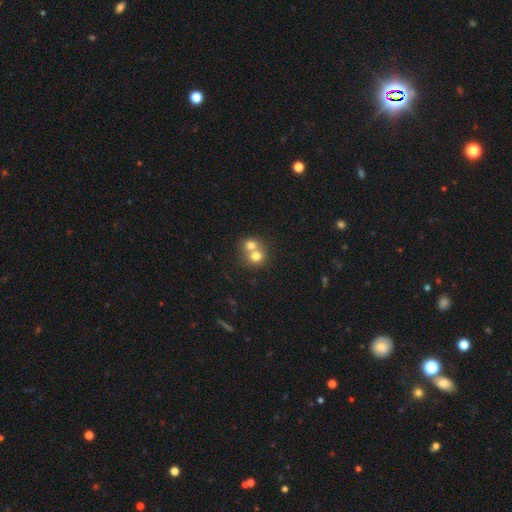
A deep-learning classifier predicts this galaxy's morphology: A smooth galaxy with no disk features (72%) that is round (78%). Merging: merger (67%).